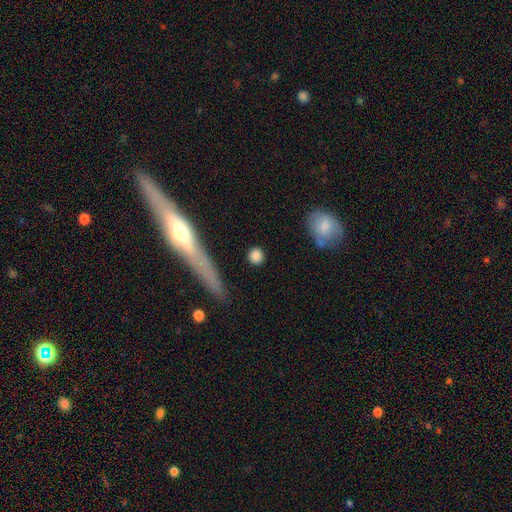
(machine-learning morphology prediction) Overall: smooth (85%). How rounded: round (90%). Merging: none (88%).